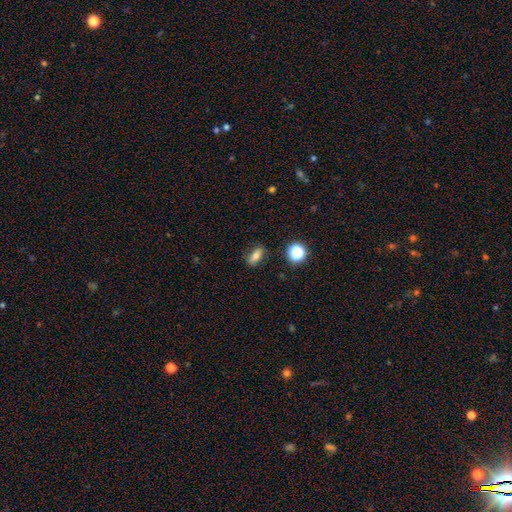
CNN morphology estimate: This appears to be a smooth galaxy with no disk features (75%) that is in between round and cigar-shaped (76%). Merging: none (83%).